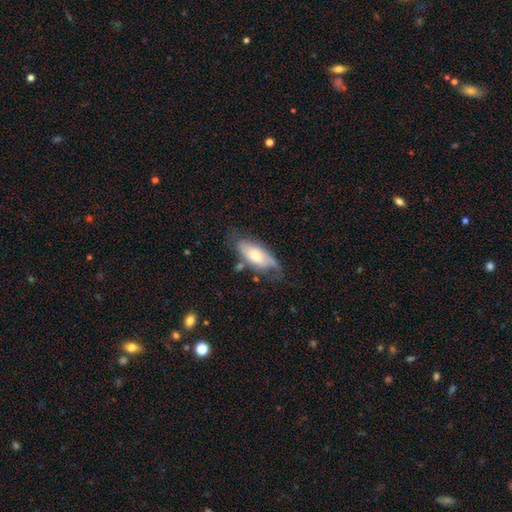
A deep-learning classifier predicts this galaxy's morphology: smooth_or_featured: smooth (p=0.49) [alt: featured or disk p=0.44]
merging: none (p=0.49) [alt: minor disturbance p=0.30]